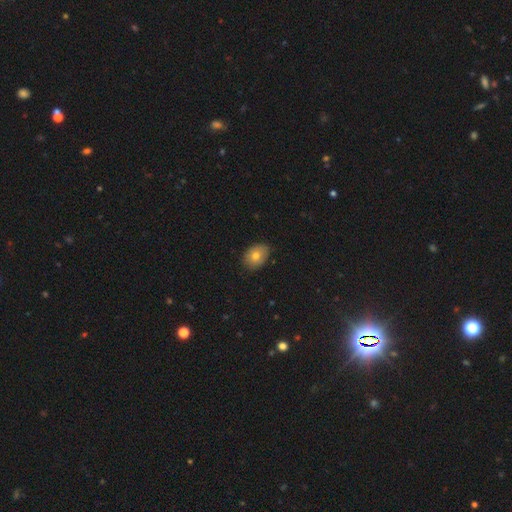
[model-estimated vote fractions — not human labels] Smooth or featured: smooth — 75% (featured or disk — 16%)
How rounded: in between — 72% (round — 27%)
Merging: none — 83% (minor disturbance — 14%)